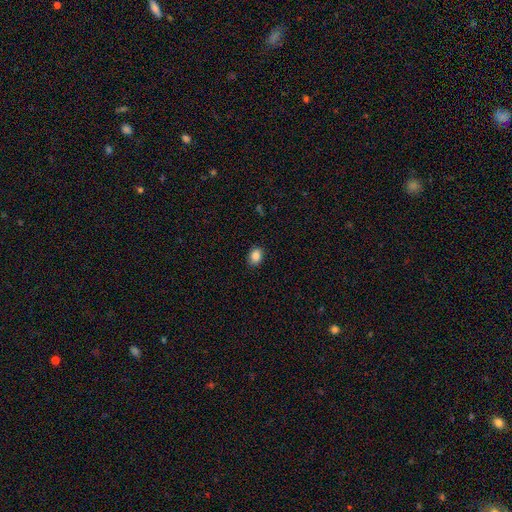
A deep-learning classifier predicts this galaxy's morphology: Smooth or featured? smooth (86%)
How rounded? in between (59%)
Merging? none (88%)